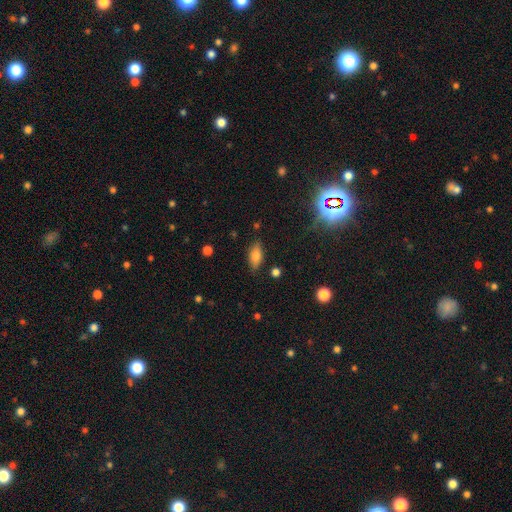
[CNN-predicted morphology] smooth 73%, featured or disk 17%, star or artifact 10%. Down the decision tree: how rounded — in between (85%); merging — none (82%).